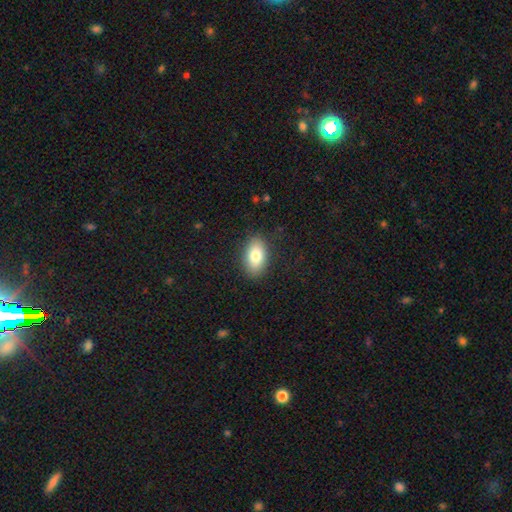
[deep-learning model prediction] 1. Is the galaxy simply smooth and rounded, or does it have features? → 81% smooth, 12% featured or disk, 8% star or artifact.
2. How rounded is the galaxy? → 92% in between, 6% round, 2% cigar-shaped.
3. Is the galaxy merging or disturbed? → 88% none, 9% minor disturbance, 3% major disturbance, 1% merger.